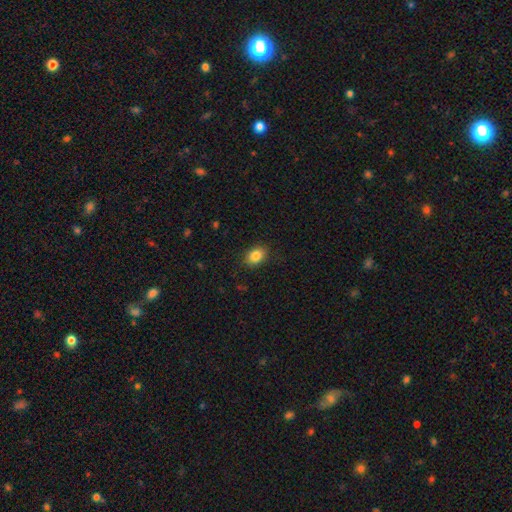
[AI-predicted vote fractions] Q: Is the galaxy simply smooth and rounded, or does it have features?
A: smooth — 85%.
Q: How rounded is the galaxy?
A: in between — 75%.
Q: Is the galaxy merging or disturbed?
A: none — 86%.